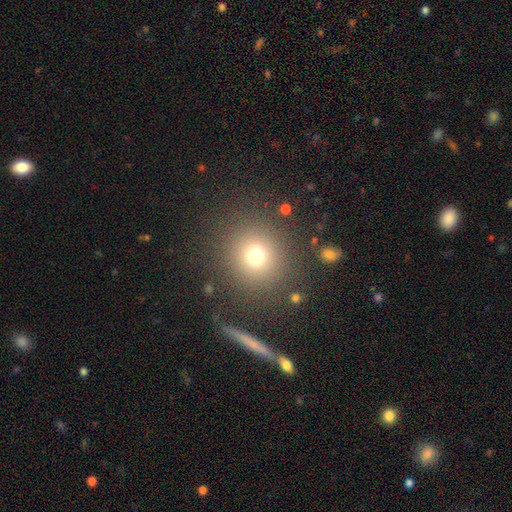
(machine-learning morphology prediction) A smooth galaxy with no disk features (72%) that is round (92%). Merging: none (86%).